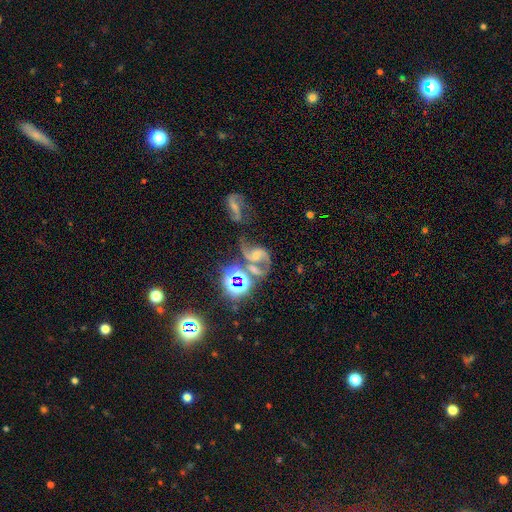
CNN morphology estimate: A featured or disk galaxy (61%) with no bar (43%), 2 (80%) medium (45%) spiral arms (90%) and a small central bulge (40%). Merging: merger (33%).